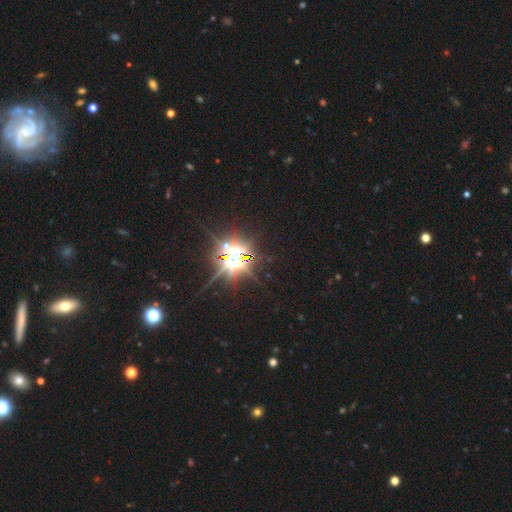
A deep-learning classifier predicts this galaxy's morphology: The model was most divided on "smooth or featured": star or artifact: 86%, smooth: 8%, featured or disk: 6%.